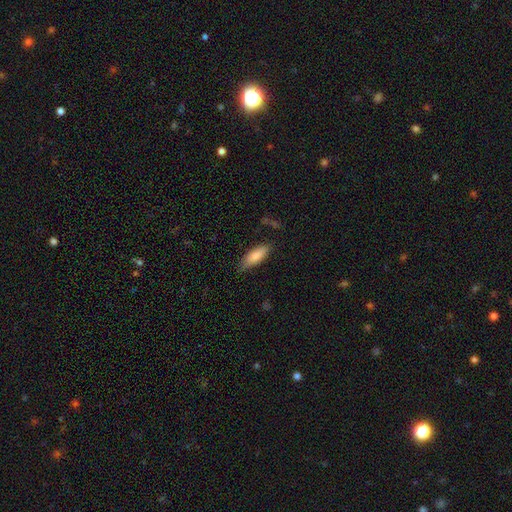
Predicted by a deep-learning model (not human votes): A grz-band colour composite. It shows a smooth galaxy with no disk features (84%) that is in between round and cigar-shaped (62%). Merging: none (78%).